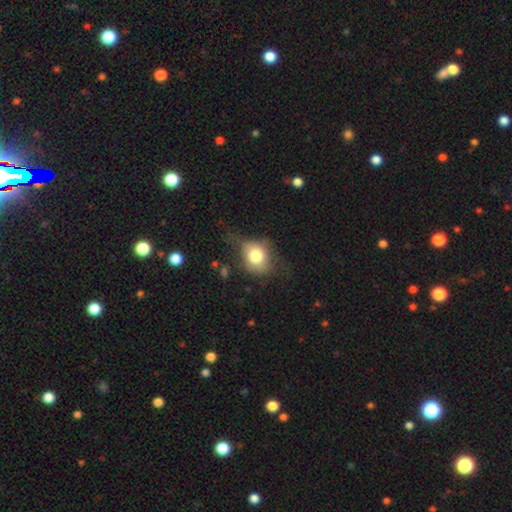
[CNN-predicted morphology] This is likely a smooth galaxy (70%). How rounded: possibly round (55%). Merging: possibly none (49%).